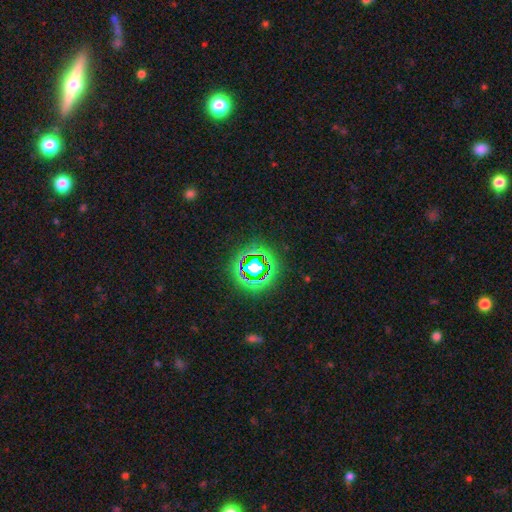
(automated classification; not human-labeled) Smooth or featured: star or artifact — 76% (smooth — 16%)